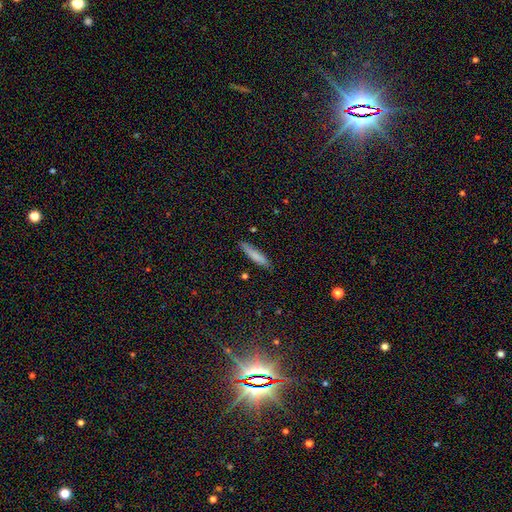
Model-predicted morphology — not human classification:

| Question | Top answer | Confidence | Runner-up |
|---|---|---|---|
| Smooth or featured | smooth | 79% | featured or disk (14%) |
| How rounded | cigar-shaped | 85% | in between (13%) |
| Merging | none | 83% | minor disturbance (13%) |